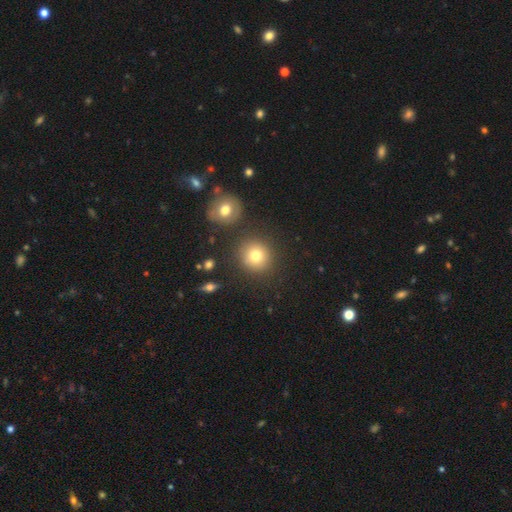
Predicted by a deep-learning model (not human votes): smooth 78%, star or artifact 12%, featured or disk 9%. Down the decision tree: how rounded — round (91%); merging — none (83%).